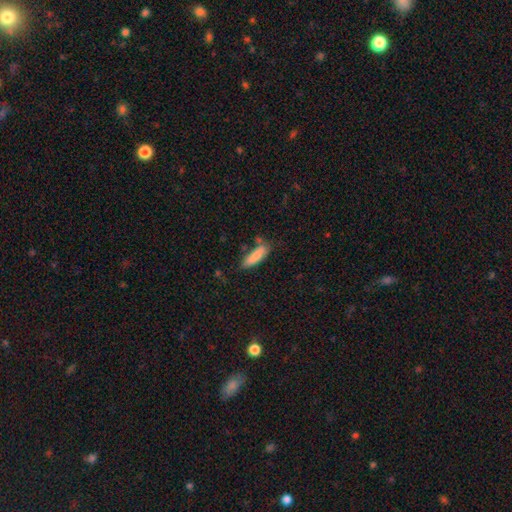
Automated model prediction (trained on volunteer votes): Smooth or featured?
  - smooth: 82% *
  - featured or disk: 11%
  - star or artifact: 7%
How rounded?
  - cigar-shaped: 58% *
  - in between: 40%
  - round: 2%
Merging?
  - none: 64% *
  - minor disturbance: 23%
  - merger: 8%
  - major disturbance: 6%